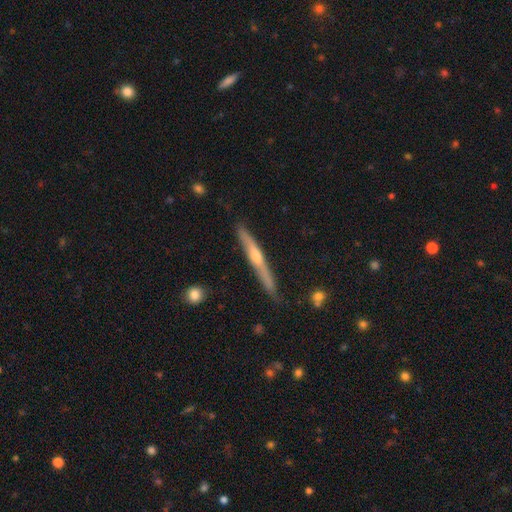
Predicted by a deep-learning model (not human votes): smooth_or_featured: featured or disk (p=0.72) [alt: smooth p=0.22]
disk_edge_on: yes (p=0.97) [alt: no p=0.03]
edge_on_bulge: rounded (p=0.83) [alt: none p=0.14]
merging: none (p=0.87) [alt: minor disturbance p=0.10]